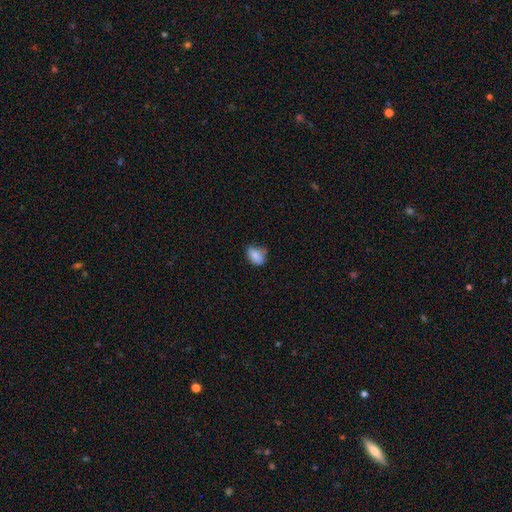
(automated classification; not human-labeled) A smooth galaxy with no disk features (82%) that is in between round and cigar-shaped (82%). Merging: none (49%).